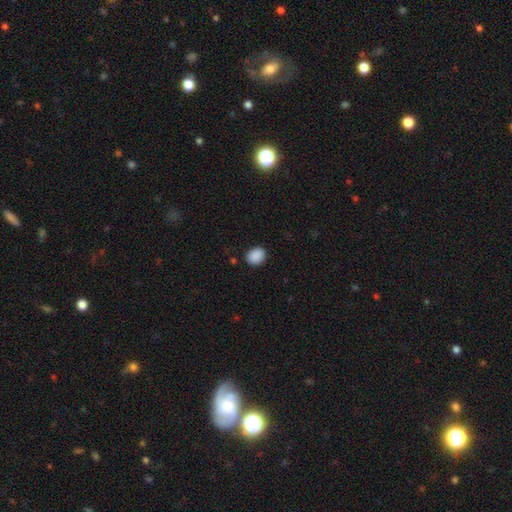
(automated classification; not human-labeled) Smooth or featured? smooth (89%)
How rounded? round (55%)
Merging? none (86%)